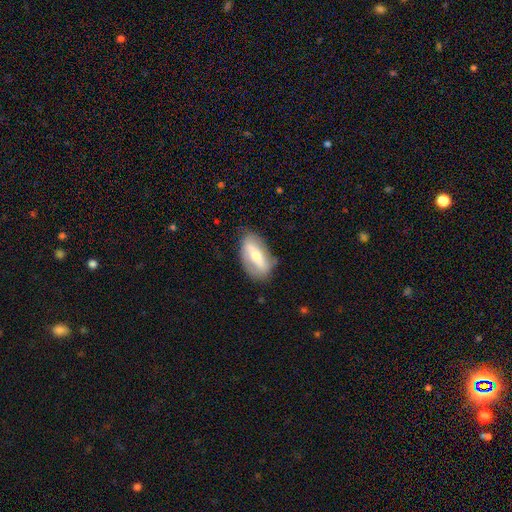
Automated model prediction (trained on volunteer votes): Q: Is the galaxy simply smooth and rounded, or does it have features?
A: featured or disk — 52%.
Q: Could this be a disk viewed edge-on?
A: no — 82%.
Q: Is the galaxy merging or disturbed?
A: none — 72%.